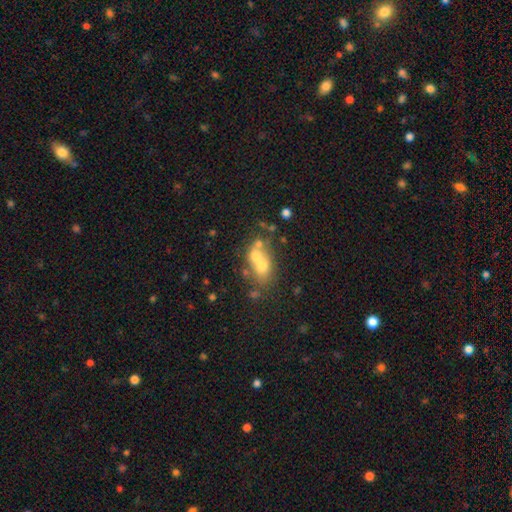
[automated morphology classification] Smooth or featured? smooth (58%)
How rounded? round (50%)
Merging? merger (58%)